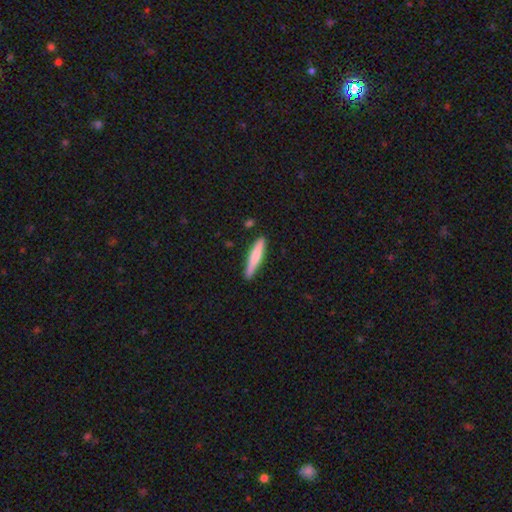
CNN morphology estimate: type=smooth (69%); roundness=cigar-shaped (91%); merging=none (85%).